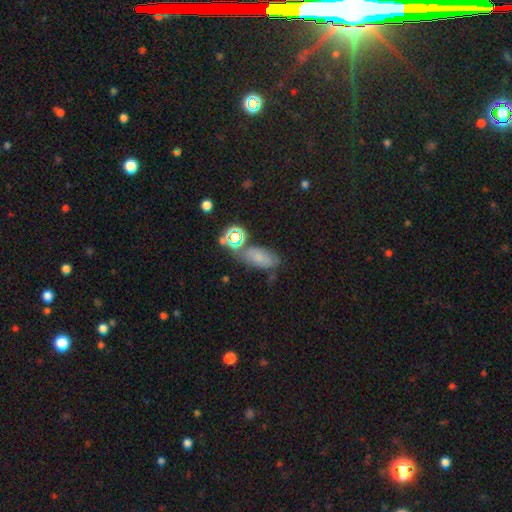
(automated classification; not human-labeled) A smooth galaxy with no disk features (63%) that is in between round and cigar-shaped (84%).

Vote fractions:
- Smooth or featured? smooth: 63% / star or artifact: 21% / featured or disk: 16%
- How rounded? in between: 84% / round: 10% / cigar-shaped: 6%
- Merging? none: 55% / minor disturbance: 22% / merger: 14% / major disturbance: 9%